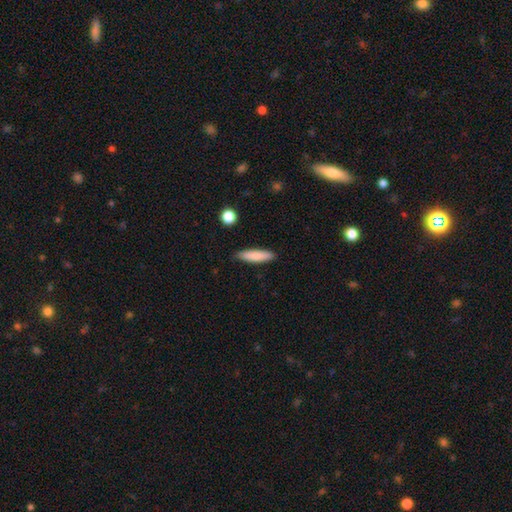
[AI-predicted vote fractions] Q: Smooth or featured?
A: smooth (82%); runner-up: featured or disk (12%)
Q: How rounded?
A: cigar-shaped (73%); runner-up: in between (25%)
Q: Merging?
A: none (85%); runner-up: minor disturbance (11%)